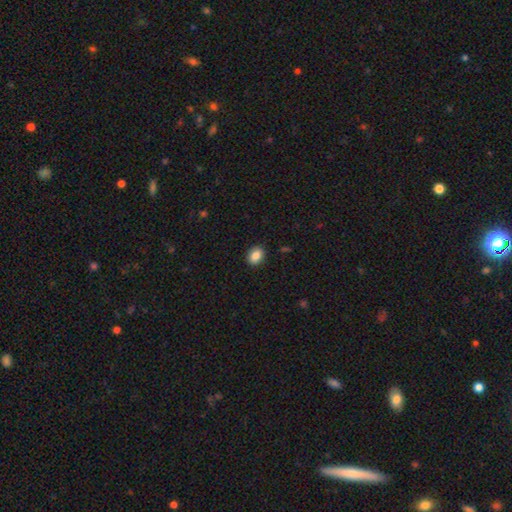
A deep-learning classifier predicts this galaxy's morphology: The model was most divided on "how rounded": in between: 58%, round: 41%, cigar-shaped: 1%. More confident: merging — none (90%); smooth or featured — smooth (86%).